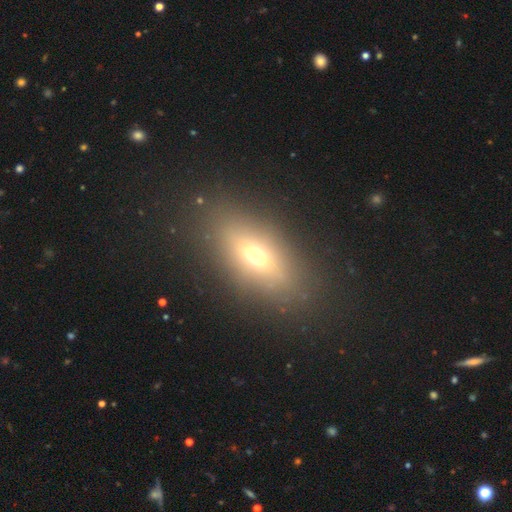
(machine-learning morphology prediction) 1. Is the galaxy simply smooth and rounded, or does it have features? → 58% smooth, 27% featured or disk, 15% star or artifact.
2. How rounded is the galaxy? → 72% in between, 19% cigar-shaped, 9% round.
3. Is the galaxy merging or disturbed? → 84% none, 10% minor disturbance, 5% major disturbance, 2% merger.